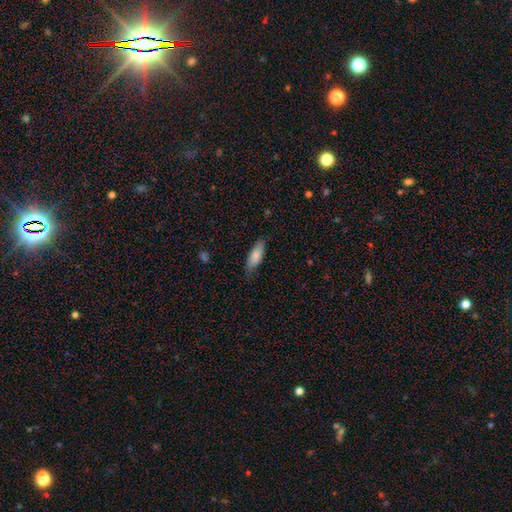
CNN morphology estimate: Smooth or featured? smooth (81%)
How rounded? in between (66%)
Merging? none (74%)